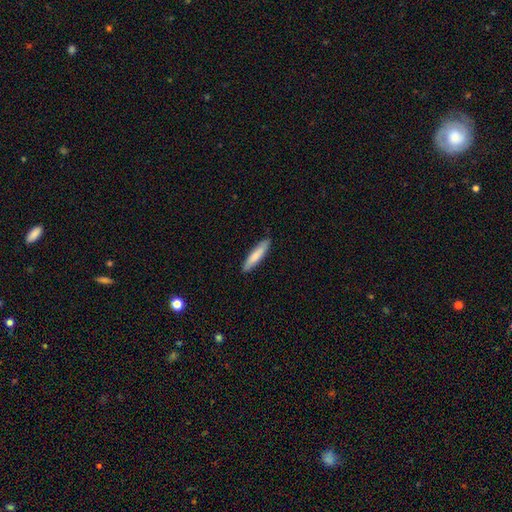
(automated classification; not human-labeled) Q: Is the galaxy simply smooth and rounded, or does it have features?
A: smooth — 81%.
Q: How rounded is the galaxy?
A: cigar-shaped — 85%.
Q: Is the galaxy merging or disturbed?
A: none — 88%.